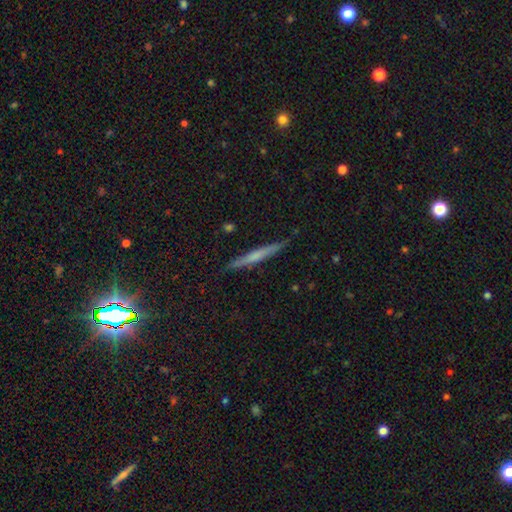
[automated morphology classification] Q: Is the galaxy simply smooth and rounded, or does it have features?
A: featured or disk — 48%.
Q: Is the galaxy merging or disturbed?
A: none — 89%.